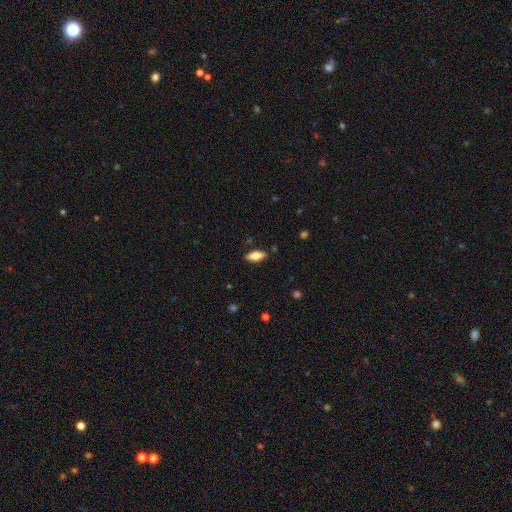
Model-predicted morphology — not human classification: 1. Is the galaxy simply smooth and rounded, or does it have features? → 77% smooth, 16% featured or disk, 7% star or artifact.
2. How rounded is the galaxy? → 78% in between, 20% cigar-shaped, 2% round.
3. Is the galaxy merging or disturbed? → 86% none, 11% minor disturbance, 2% major disturbance, 1% merger.